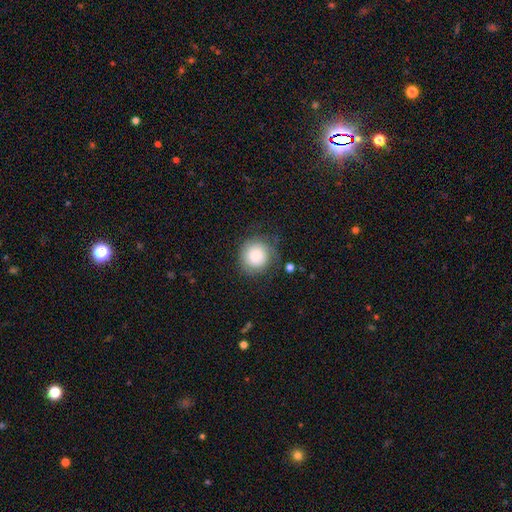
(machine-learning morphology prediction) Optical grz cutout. It shows a smooth galaxy with no disk features (75%) that is round (89%). Merging: none (64%).